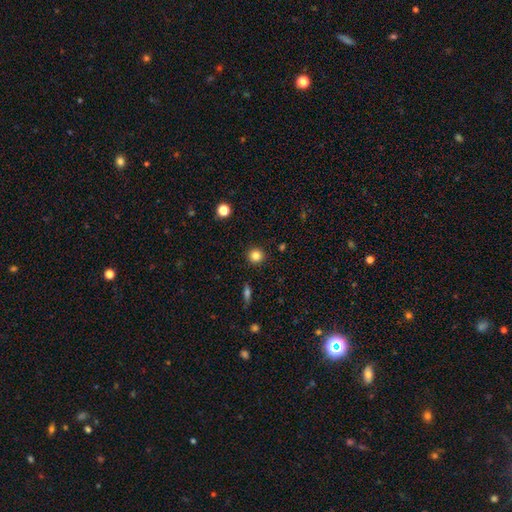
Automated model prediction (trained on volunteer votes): Morphology: type=smooth (83%); roundness=round (93%); merging=none (92%).